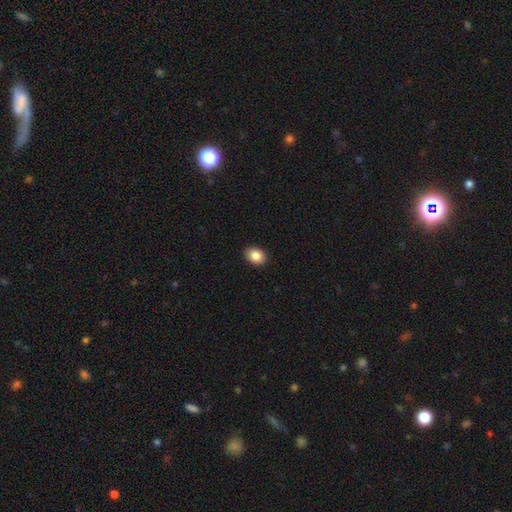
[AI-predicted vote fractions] Smooth or featured? Predicted: smooth (p=0.88). How rounded? Predicted: in between (p=0.60). Merging? Predicted: none (p=0.90).